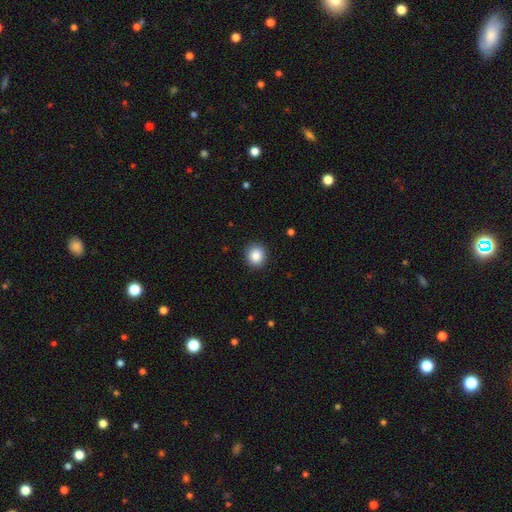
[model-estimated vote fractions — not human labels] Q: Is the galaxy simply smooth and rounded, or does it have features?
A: smooth — 87%.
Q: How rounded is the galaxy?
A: round — 87%.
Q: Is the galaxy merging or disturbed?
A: none — 90%.